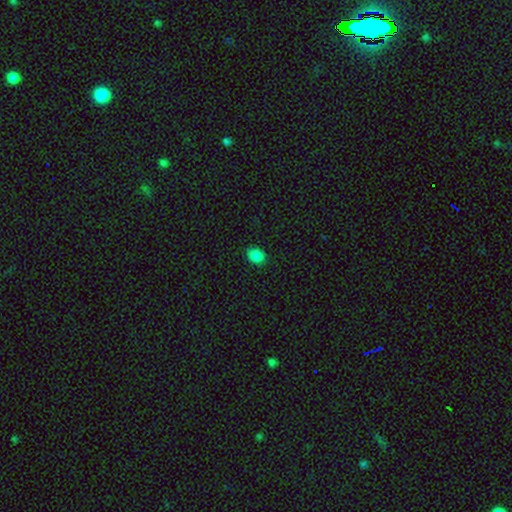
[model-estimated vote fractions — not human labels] This appears to be a smooth galaxy with no disk features (86%) that is in between round and cigar-shaped (57%). Merging: none (89%).